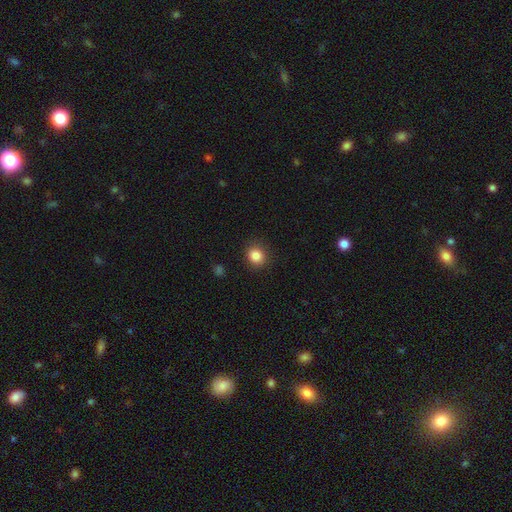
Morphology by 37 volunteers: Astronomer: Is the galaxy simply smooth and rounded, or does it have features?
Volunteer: smooth — 97%.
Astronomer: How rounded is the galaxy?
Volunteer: round — 92%.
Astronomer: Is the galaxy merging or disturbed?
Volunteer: none — 92%.